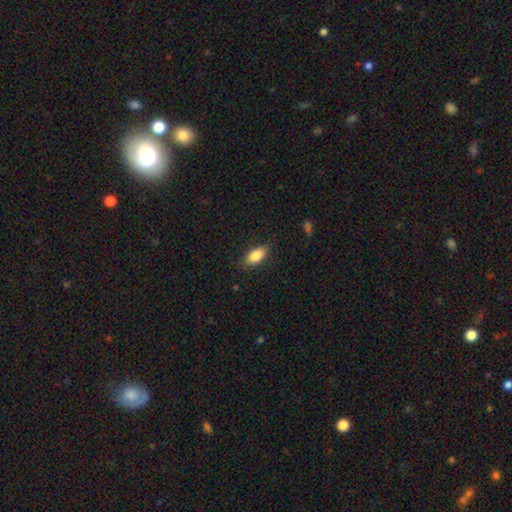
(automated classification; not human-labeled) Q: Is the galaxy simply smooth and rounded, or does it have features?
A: smooth — 82%.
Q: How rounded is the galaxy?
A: in between — 84%.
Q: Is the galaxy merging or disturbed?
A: none — 83%.